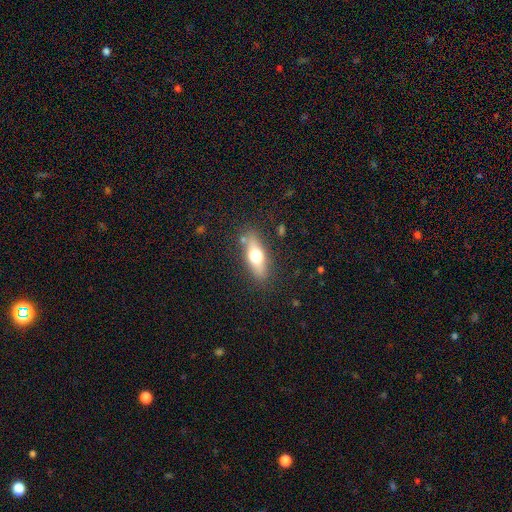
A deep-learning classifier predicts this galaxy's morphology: Smooth or featured? Predicted: smooth (p=0.58). How rounded? Predicted: in between (p=0.58). Merging? Predicted: none (p=0.82).